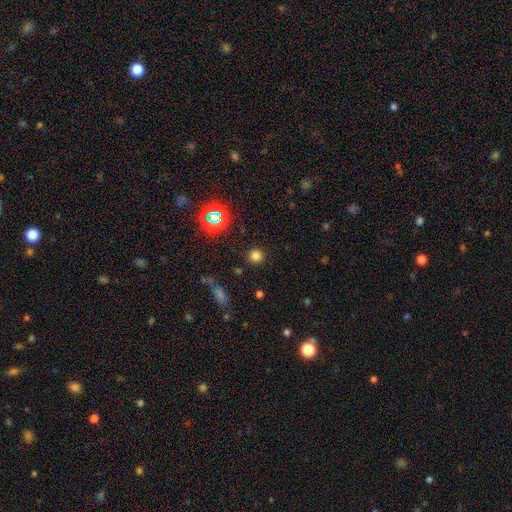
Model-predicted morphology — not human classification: smooth_or_featured: smooth (p=0.74) [alt: star or artifact p=0.20]
how_rounded: round (p=0.94) [alt: in between p=0.05]
merging: none (p=0.89) [alt: minor disturbance p=0.07]